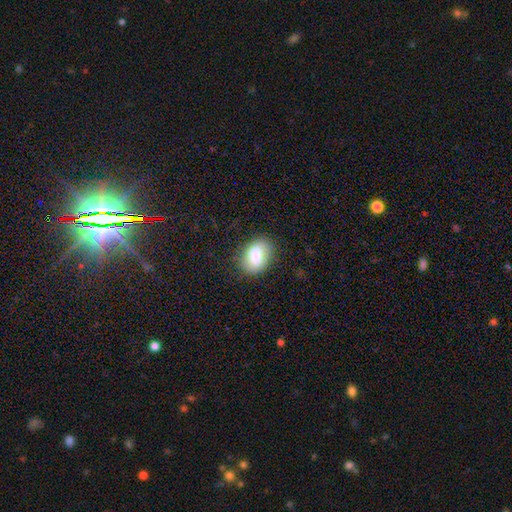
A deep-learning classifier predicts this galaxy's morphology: Smooth or featured? Predicted: smooth (p=0.79). How rounded? Predicted: in between (p=0.79). Merging? Predicted: none (p=0.78).